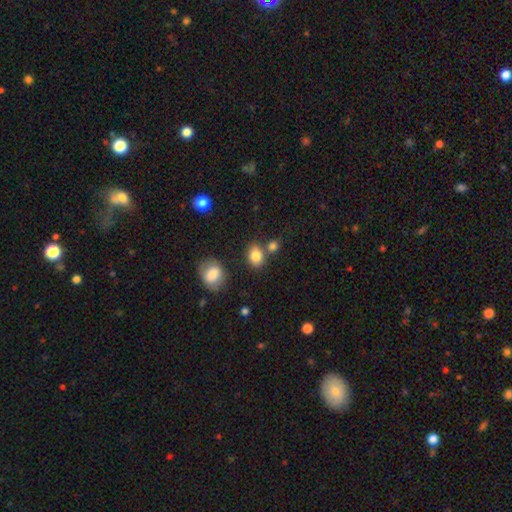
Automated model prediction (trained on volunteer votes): This appears to be a smooth galaxy with no disk features (83%) that is in between round and cigar-shaped (60%). Merging: none (66%).